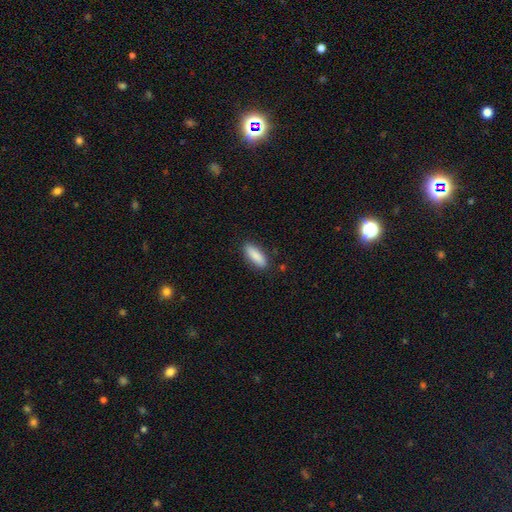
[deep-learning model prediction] Morphology: type=smooth (89%); roundness=in between (58%); merging=none (87%).